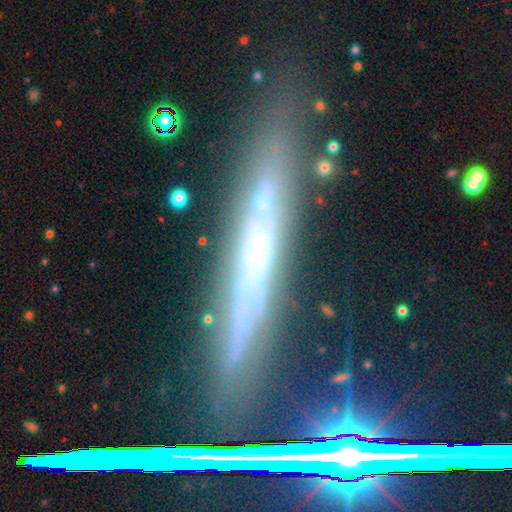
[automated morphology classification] A featured or disk galaxy (54%) viewed edge-on (87%).

Vote fractions:
- Smooth or featured? featured or disk: 54% / smooth: 23% / star or artifact: 23%
- Edge-on disk? yes: 87% / no: 13%
- Merging? none: 83% / minor disturbance: 11% / major disturbance: 3% / merger: 3%